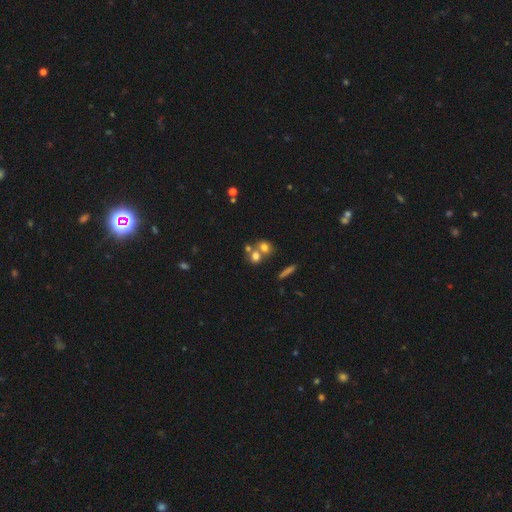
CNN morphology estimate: Smooth or featured?
  - smooth: 67% *
  - featured or disk: 17%
  - star or artifact: 15%
How rounded?
  - round: 68% *
  - in between: 30%
  - cigar-shaped: 2%
Merging?
  - merger: 52% *
  - none: 37%
  - minor disturbance: 7%
  - major disturbance: 4%